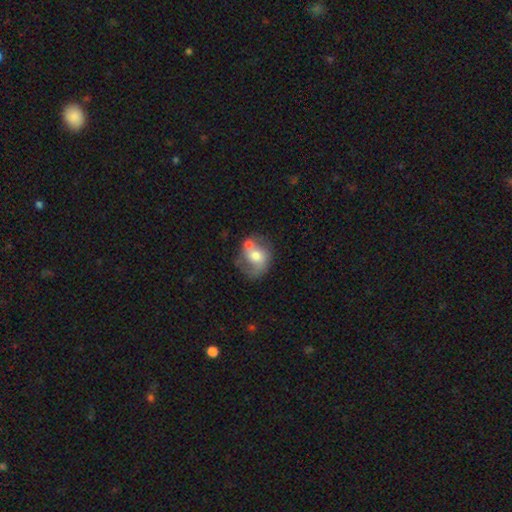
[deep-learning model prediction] Overall: featured or disk (47%; smooth 45%). Merging: none (40%; merger 28%).